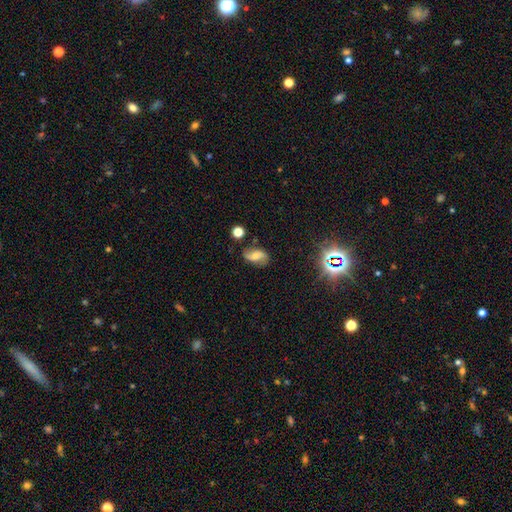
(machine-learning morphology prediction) A featured or disk galaxy (54%) with no bar (42%), spiral arms (88%) and a moderate central bulge (45%). Merging: none (73%).